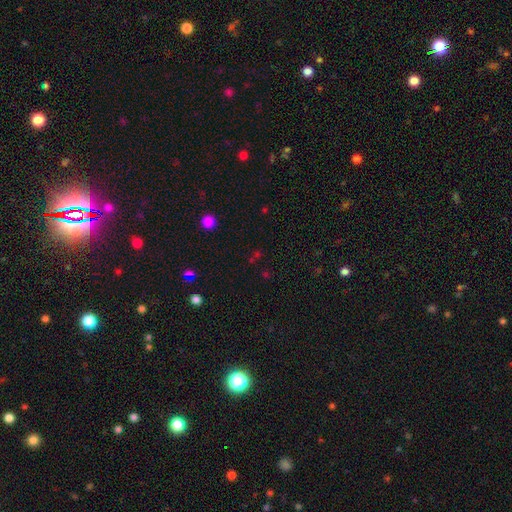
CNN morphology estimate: Smooth or featured? Predicted: star or artifact (p=0.57).